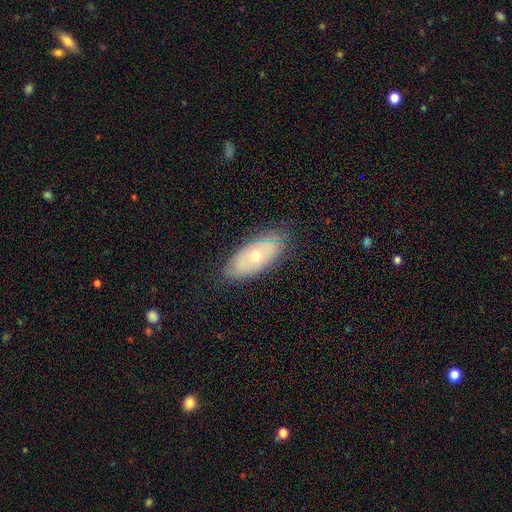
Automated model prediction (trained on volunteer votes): A featured or disk galaxy (50%). Merging: none (80%).